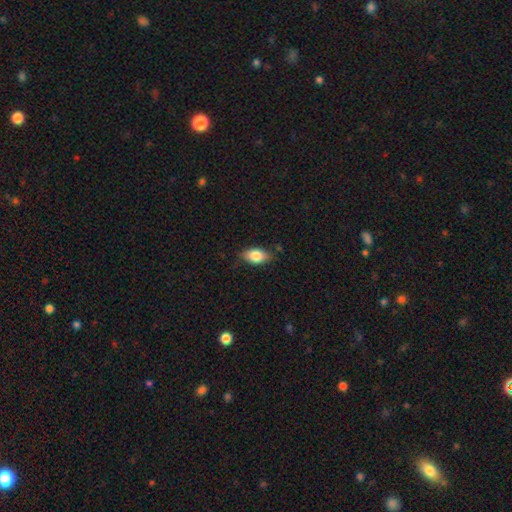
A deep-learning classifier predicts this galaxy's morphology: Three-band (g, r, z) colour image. It shows a smooth galaxy with no disk features (81%) that is in between round and cigar-shaped (88%). Merging: none (77%).